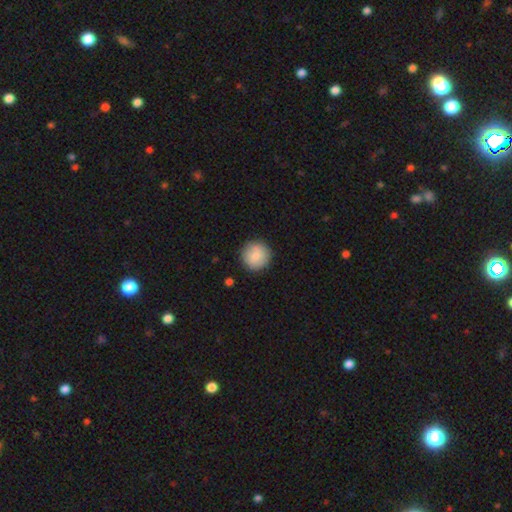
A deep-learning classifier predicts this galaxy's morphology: Overall: smooth (85%). How rounded: round (95%). Merging: none (91%).